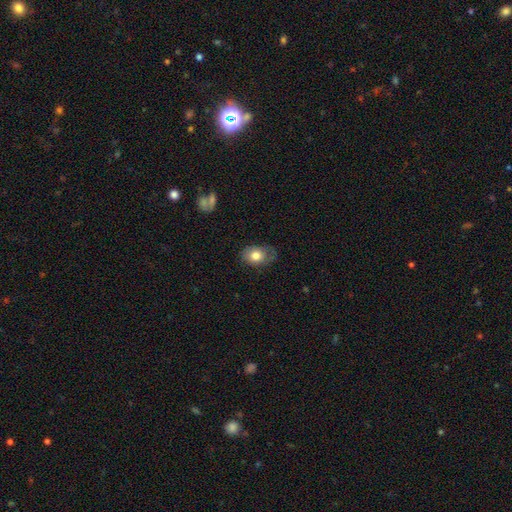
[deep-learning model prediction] Morphology: type=smooth (76%); roundness=in between (71%); merging=none (59%).